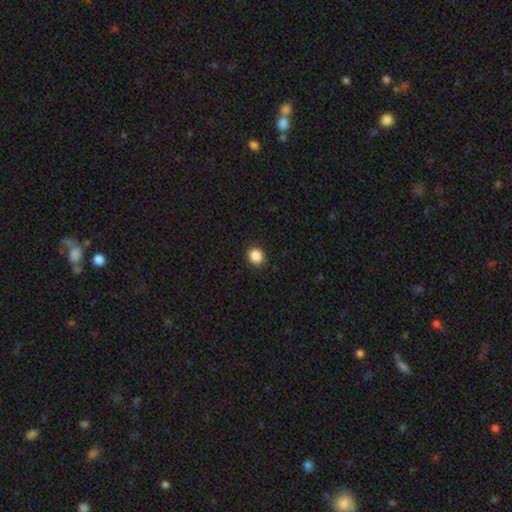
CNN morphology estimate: Q: Smooth or featured?
A: smooth (87%); runner-up: star or artifact (10%)
Q: How rounded?
A: round (91%); runner-up: in between (8%)
Q: Merging?
A: none (92%); runner-up: minor disturbance (5%)